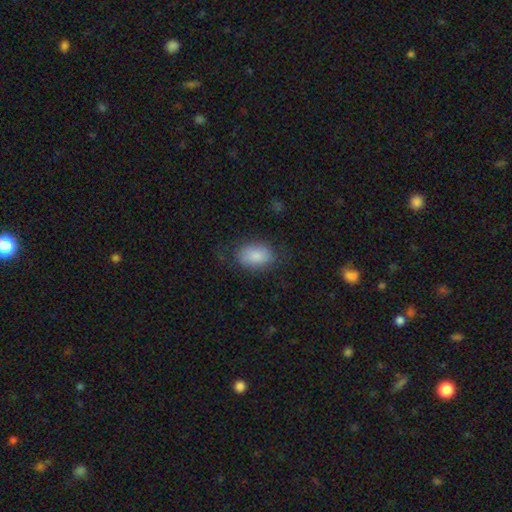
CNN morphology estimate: smooth-or-featured: smooth: 85% | featured or disk: 8% | star or artifact: 7%
  how-rounded: in between: 88% | round: 10% | cigar-shaped: 1%
  merging: none: 72% | minor disturbance: 18% | major disturbance: 9% | merger: 1%